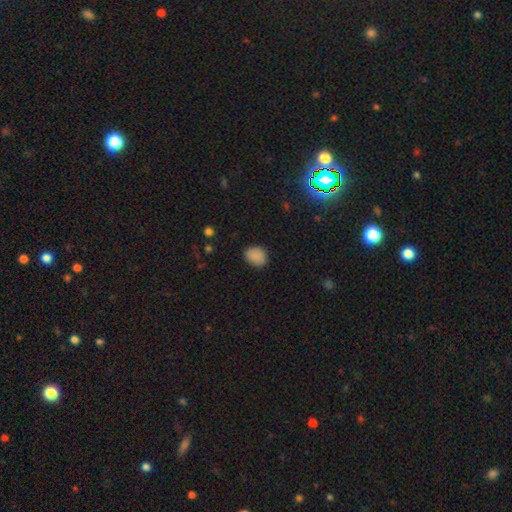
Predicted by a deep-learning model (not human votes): A smooth galaxy with no disk features (86%) that is round (51%).

Vote fractions:
- Smooth or featured? smooth: 86% / star or artifact: 10% / featured or disk: 4%
- How rounded? round: 51% / in between: 48% / cigar-shaped: 1%
- Merging? none: 81% / minor disturbance: 15% / major disturbance: 3% / merger: 1%